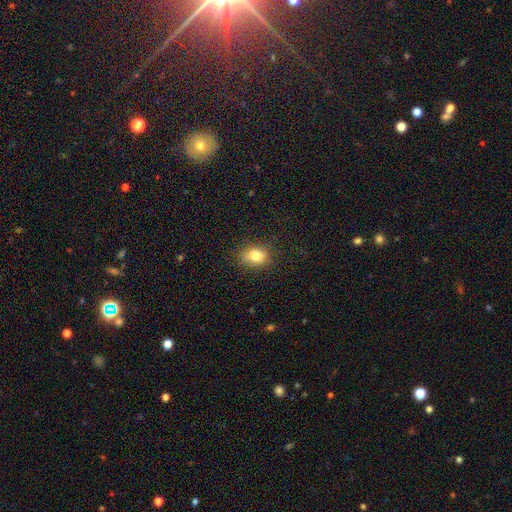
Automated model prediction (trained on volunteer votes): smooth 79%, star or artifact 11%, featured or disk 10%. Down the decision tree: how rounded — in between (52%); merging — none (82%).